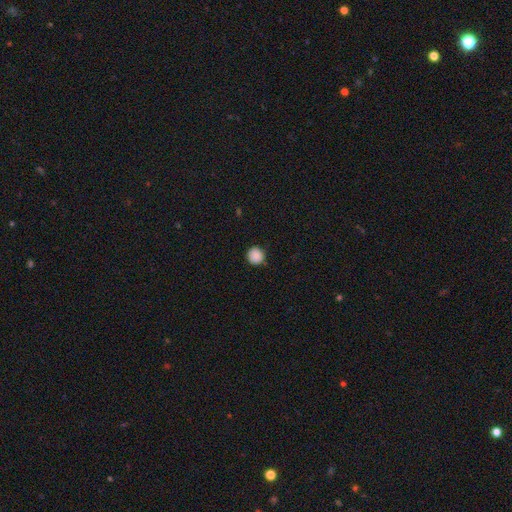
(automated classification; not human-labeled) Q: Smooth or featured?
A: smooth (88%); runner-up: star or artifact (9%)
Q: How rounded?
A: round (95%); runner-up: in between (4%)
Q: Merging?
A: none (89%); runner-up: minor disturbance (8%)